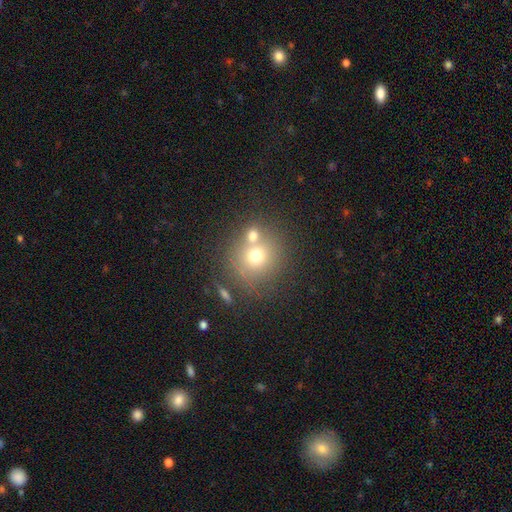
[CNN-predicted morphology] smooth_or_featured: smooth (p=0.68) [alt: featured or disk p=0.17]
how_rounded: round (p=0.87) [alt: in between p=0.13]
merging: none (p=0.55) [alt: merger p=0.31]